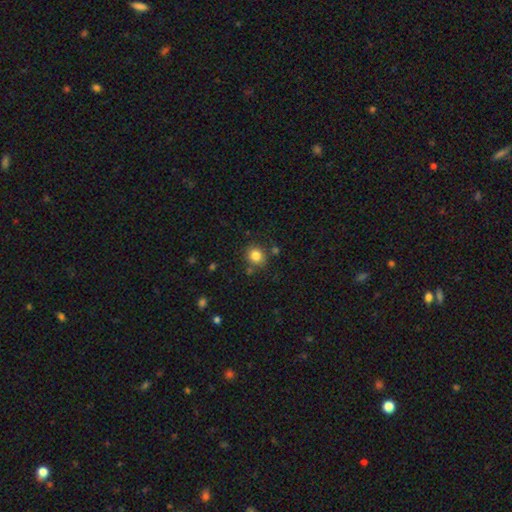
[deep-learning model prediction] The model was most divided on "how rounded": round: 80%, in between: 19%, cigar-shaped: 1%. More confident: smooth or featured — smooth (83%); merging — none (80%).